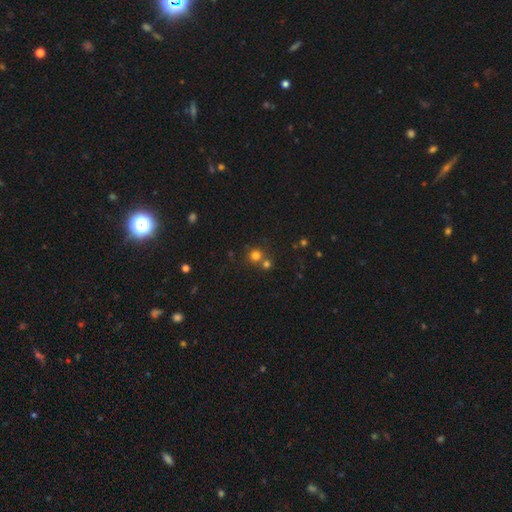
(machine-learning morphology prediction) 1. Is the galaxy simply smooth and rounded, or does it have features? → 74% smooth, 18% star or artifact, 8% featured or disk.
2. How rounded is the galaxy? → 91% round, 8% in between, 1% cigar-shaped.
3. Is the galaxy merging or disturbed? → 61% none, 30% merger, 6% minor disturbance, 3% major disturbance.